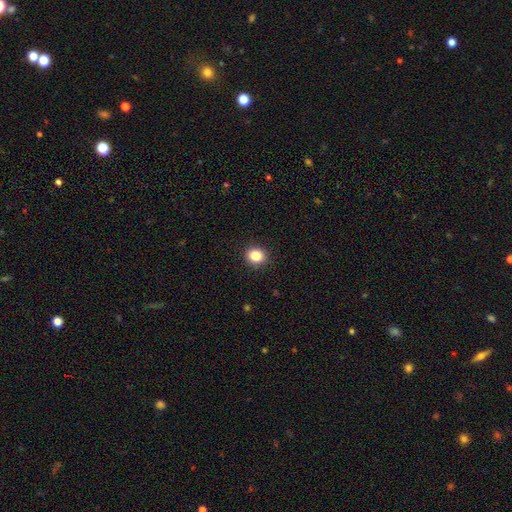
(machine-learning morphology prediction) A smooth galaxy with no disk features (85%) that is round (82%).

Vote fractions:
- Smooth or featured? smooth: 85% / star or artifact: 11% / featured or disk: 5%
- How rounded? round: 82% / in between: 17% / cigar-shaped: 1%
- Merging? none: 91% / minor disturbance: 6% / major disturbance: 2% / merger: 1%